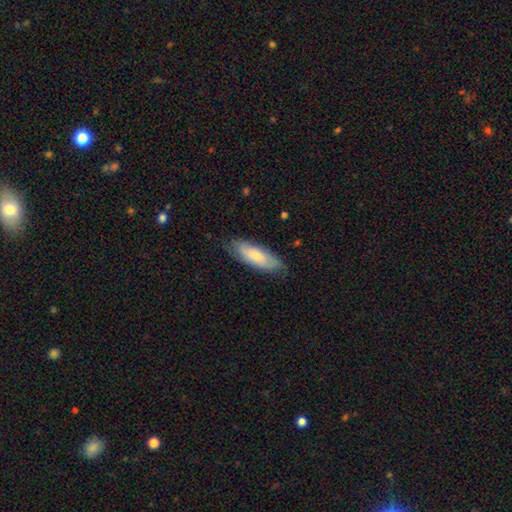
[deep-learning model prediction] Smooth or featured? Predicted: smooth (p=0.73). How rounded? Predicted: in between (p=0.63). Merging? Predicted: none (p=0.77).